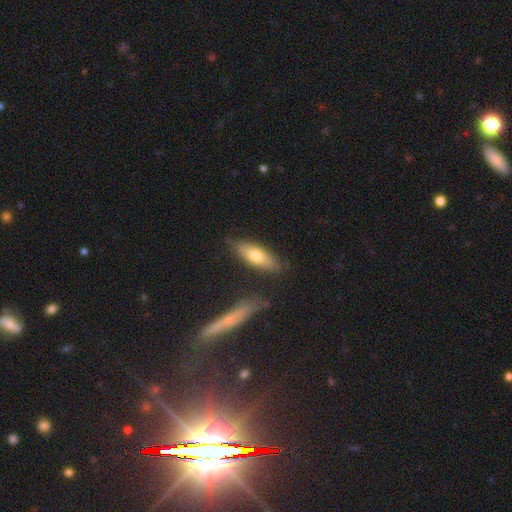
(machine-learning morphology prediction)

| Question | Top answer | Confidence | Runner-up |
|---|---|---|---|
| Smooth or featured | smooth | 67% | featured or disk (27%) |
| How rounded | in between | 55% | cigar-shaped (43%) |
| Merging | none | 78% | minor disturbance (15%) |